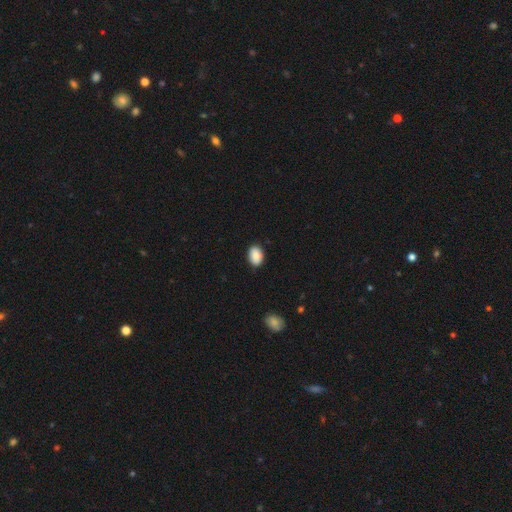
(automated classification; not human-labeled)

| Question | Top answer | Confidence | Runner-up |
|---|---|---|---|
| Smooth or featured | smooth | 88% | star or artifact (7%) |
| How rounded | in between | 82% | round (17%) |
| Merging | none | 85% | minor disturbance (12%) |